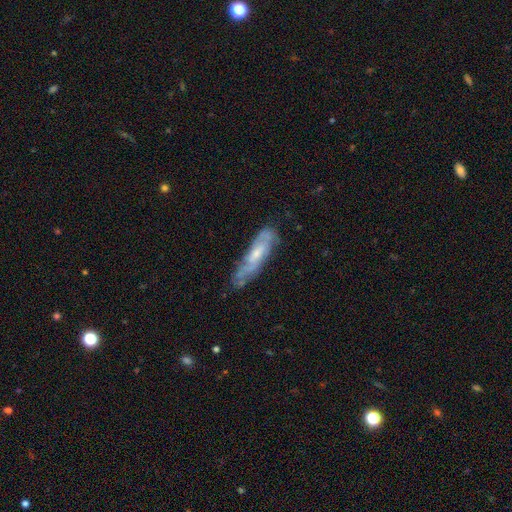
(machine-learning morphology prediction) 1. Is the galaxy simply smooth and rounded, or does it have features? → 62% featured or disk, 29% smooth, 9% star or artifact.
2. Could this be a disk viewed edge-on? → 55% no, 45% yes.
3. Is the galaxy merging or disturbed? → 72% none, 21% minor disturbance, 5% major disturbance, 2% merger.